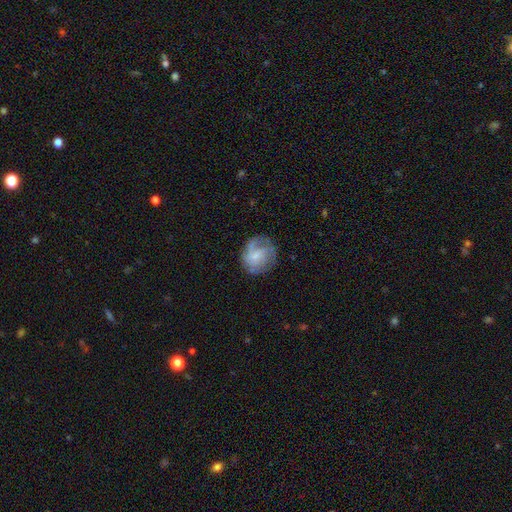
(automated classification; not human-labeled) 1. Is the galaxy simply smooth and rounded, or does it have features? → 55% featured or disk, 36% smooth, 8% star or artifact.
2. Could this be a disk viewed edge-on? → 98% no, 2% yes.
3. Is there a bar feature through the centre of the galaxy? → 53% no, 41% weak, 6% strong.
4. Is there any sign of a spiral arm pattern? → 82% yes, 18% no.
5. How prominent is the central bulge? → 52% small, 26% moderate, 19% none, 3% large, 1% dominant.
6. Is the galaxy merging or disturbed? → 66% none, 20% minor disturbance, 12% major disturbance, 2% merger.